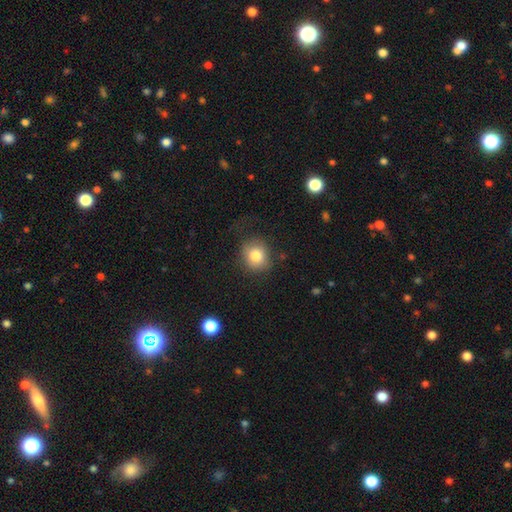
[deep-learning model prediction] A smooth galaxy with no disk features (80%) that is round (79%). Merging: none (74%).